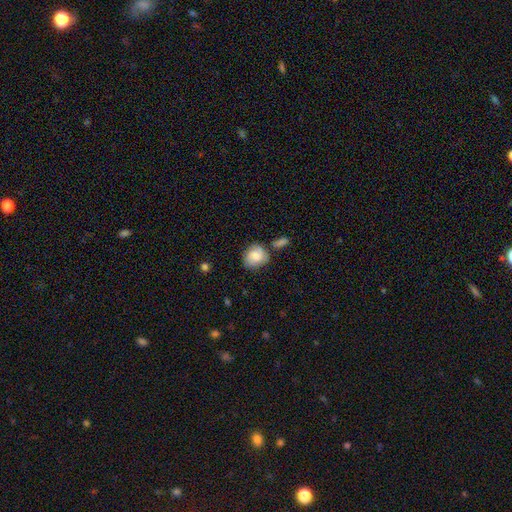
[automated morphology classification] The model was most divided on "merging": none: 58%, minor disturbance: 24%, merger: 12%, major disturbance: 7%. More confident: smooth or featured — smooth (70%); how rounded — round (69%).